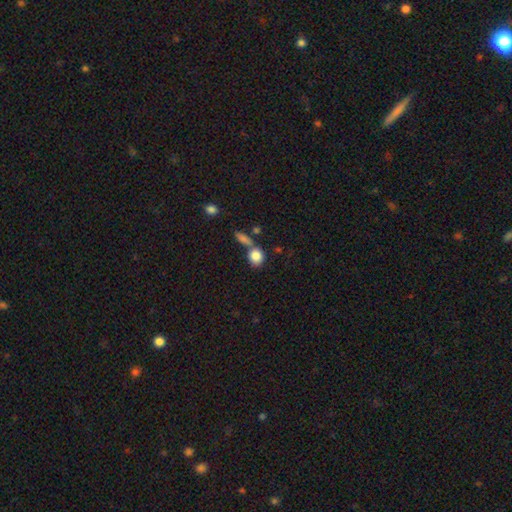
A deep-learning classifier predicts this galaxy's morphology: A smooth galaxy with no disk features (84%) that is round (65%).

Vote fractions:
- Smooth or featured? smooth: 84% / star or artifact: 9% / featured or disk: 7%
- How rounded? round: 65% / in between: 32% / cigar-shaped: 3%
- Merging? none: 50% / merger: 33% / minor disturbance: 12% / major disturbance: 5%